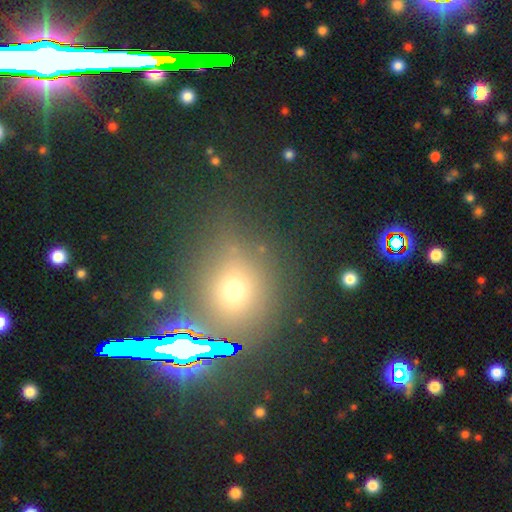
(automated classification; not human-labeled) Morphology: type=star or artifact (47%).